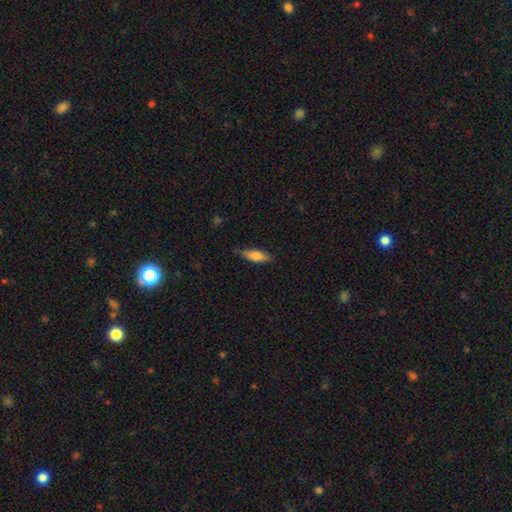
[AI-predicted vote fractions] Smooth or featured? smooth (79%)
How rounded? in between (57%)
Merging? none (78%)